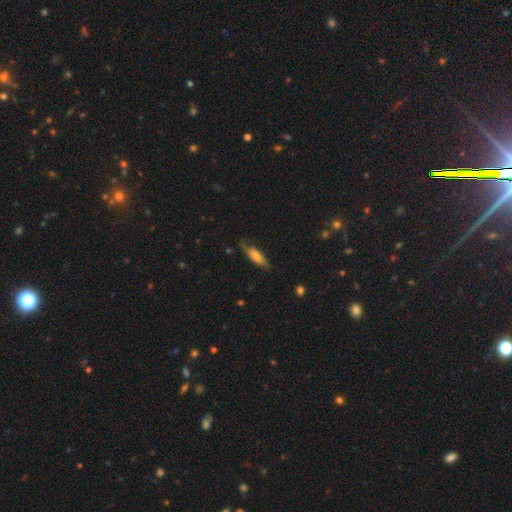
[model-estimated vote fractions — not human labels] Overall: smooth (56%; featured or disk 38%). How rounded: in between (52%; cigar-shaped 46%). Merging: none (66%).